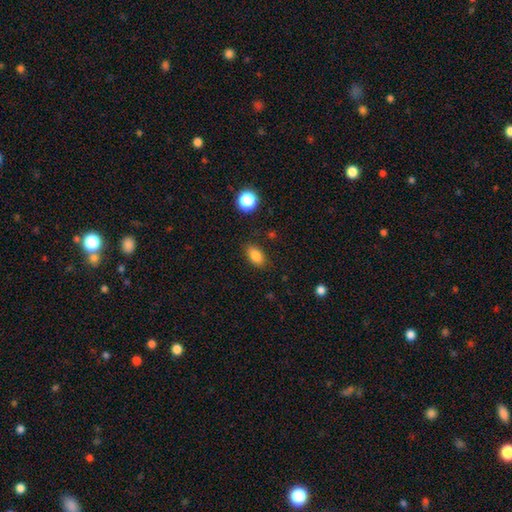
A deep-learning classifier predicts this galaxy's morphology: This is clearly a smooth galaxy (84%). How rounded: clearly in between (87%). Merging: clearly none (85%).